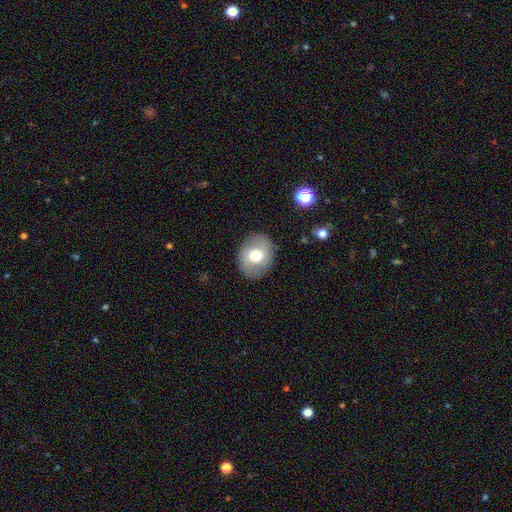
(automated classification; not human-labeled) Q: Smooth or featured?
A: smooth (67%); runner-up: featured or disk (25%)
Q: How rounded?
A: in between (53%); runner-up: round (46%)
Q: Merging?
A: none (85%); runner-up: minor disturbance (11%)